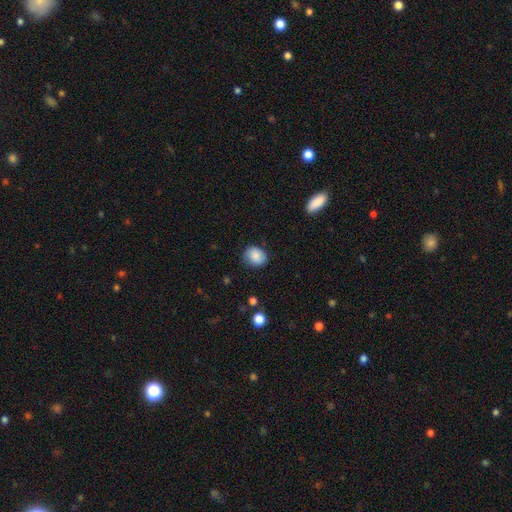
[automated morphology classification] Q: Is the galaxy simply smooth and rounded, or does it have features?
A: smooth — 84%.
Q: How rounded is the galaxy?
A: round — 53%.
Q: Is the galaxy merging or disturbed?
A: none — 75%.